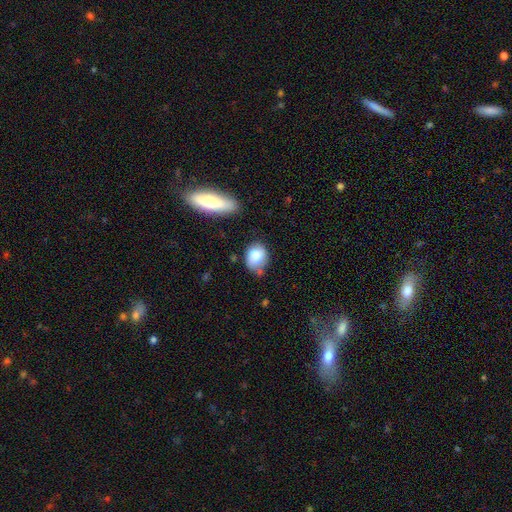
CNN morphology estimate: type=smooth (79%); roundness=in between (59%); merging=none (57%).